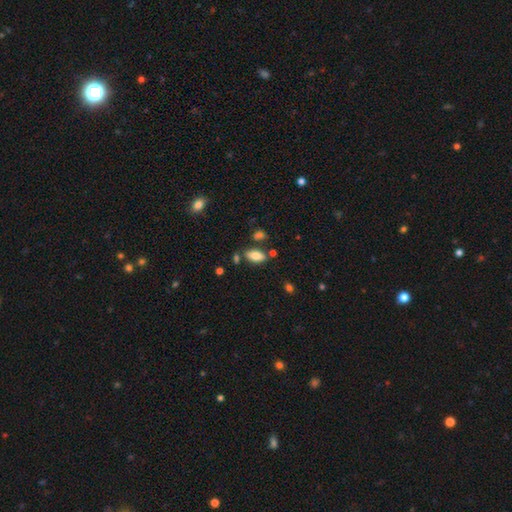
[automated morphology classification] Smooth or featured: smooth — 81% (featured or disk — 11%)
How rounded: in between — 90% (cigar-shaped — 7%)
Merging: none — 74% (minor disturbance — 13%)